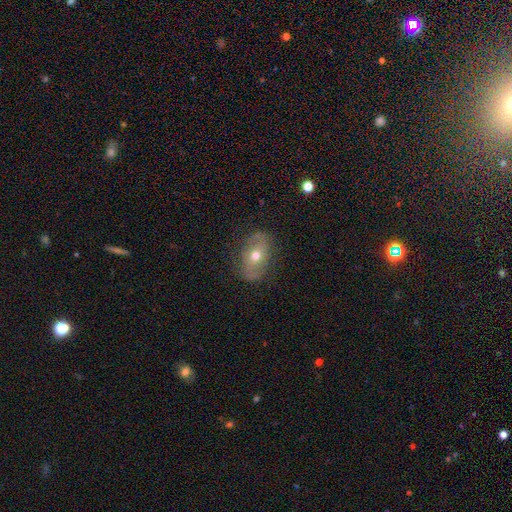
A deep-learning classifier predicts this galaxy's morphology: Overall: featured or disk (54%; smooth 38%). Edge-on disk: no (90%). Merging: none (76%).